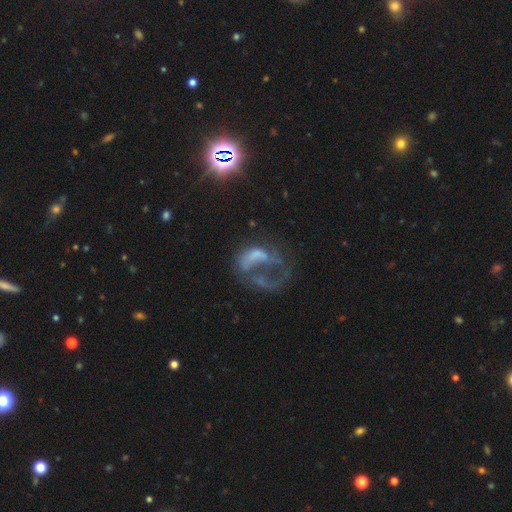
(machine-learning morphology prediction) Smooth or featured? Predicted: featured or disk (p=0.57). Edge-on disk? Predicted: no (p=0.97). Bar? Predicted: no (p=0.78). Spiral arms? Predicted: no (p=0.69). Bulge size? Predicted: none (p=0.63). Merging? Predicted: major disturbance (p=0.53).